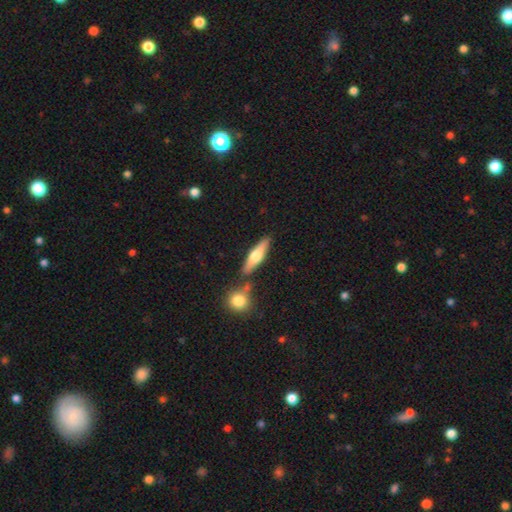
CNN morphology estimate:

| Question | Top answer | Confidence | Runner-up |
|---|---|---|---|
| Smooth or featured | smooth | 54% | featured or disk (40%) |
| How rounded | cigar-shaped | 67% | in between (30%) |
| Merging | none | 72% | merger (14%) |